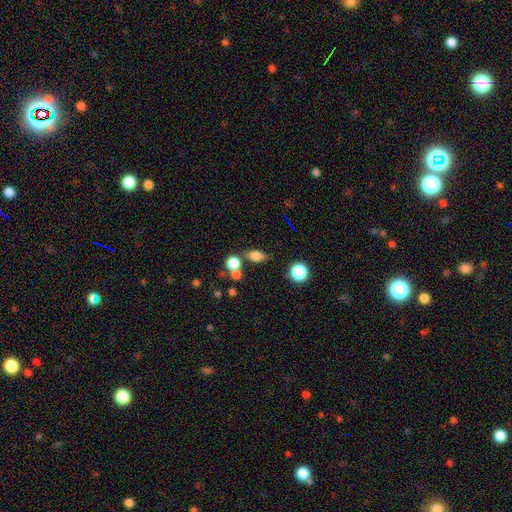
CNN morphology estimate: This appears to be a smooth galaxy with no disk features (77%) that is in between round and cigar-shaped (70%). Merging: none (65%).